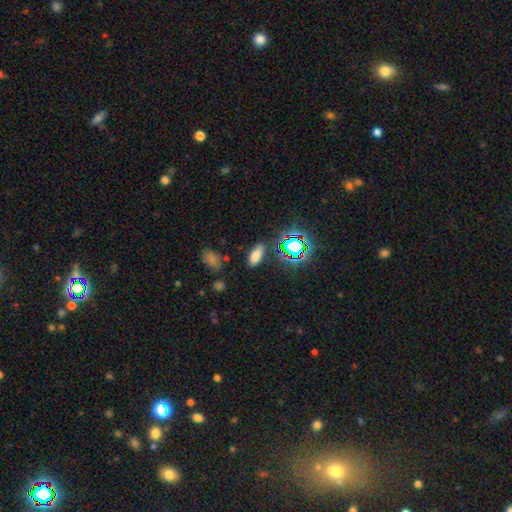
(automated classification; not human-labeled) smooth 71%, star or artifact 21%, featured or disk 8%. Down the decision tree: how rounded — in between (80%); merging — none (83%).